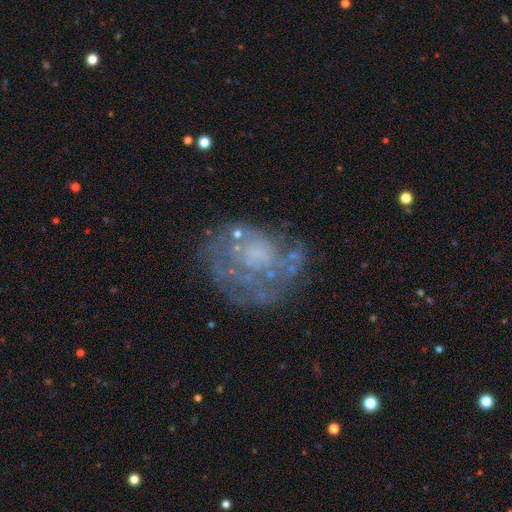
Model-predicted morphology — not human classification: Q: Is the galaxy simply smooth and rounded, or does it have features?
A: featured or disk — 68%.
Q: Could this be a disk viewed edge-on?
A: no — 98%.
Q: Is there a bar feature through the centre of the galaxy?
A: no — 89%.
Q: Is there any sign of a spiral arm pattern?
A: no — 63%.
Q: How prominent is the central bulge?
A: none — 60%.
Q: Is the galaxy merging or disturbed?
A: none — 56%.